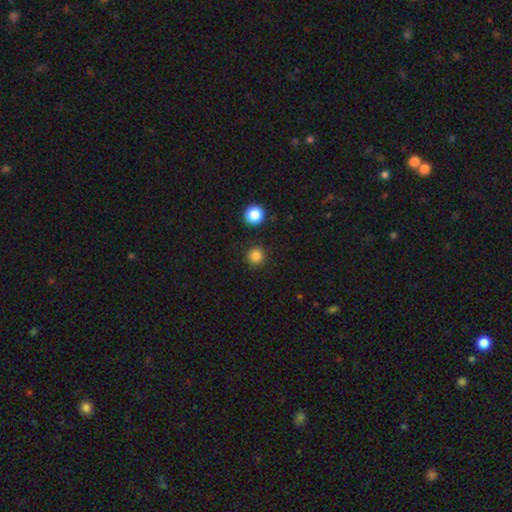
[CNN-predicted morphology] type=smooth (83%); roundness=round (95%); merging=none (91%).